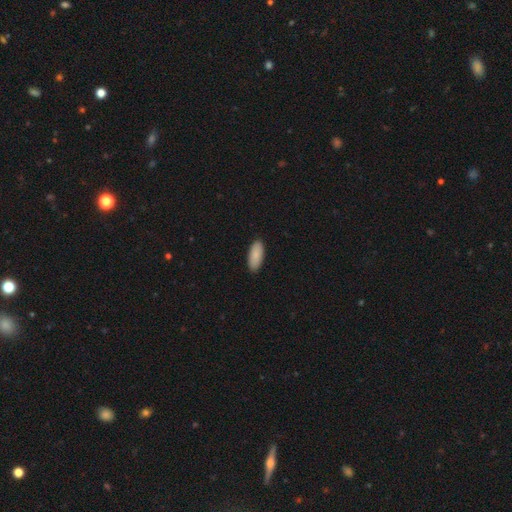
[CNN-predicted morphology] Q: Smooth or featured?
A: smooth (89%); runner-up: featured or disk (6%)
Q: How rounded?
A: in between (85%); runner-up: cigar-shaped (13%)
Q: Merging?
A: none (90%); runner-up: minor disturbance (7%)